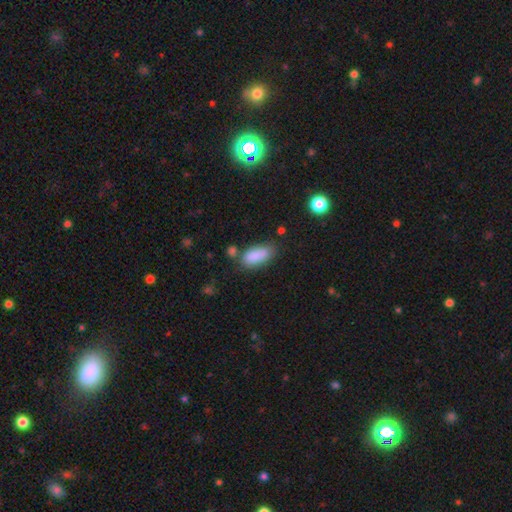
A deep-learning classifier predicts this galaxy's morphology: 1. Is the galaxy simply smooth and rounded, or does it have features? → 86% smooth, 8% star or artifact, 7% featured or disk.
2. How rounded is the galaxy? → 84% in between, 14% cigar-shaped, 3% round.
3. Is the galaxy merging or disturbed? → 62% none, 22% minor disturbance, 10% merger, 6% major disturbance.